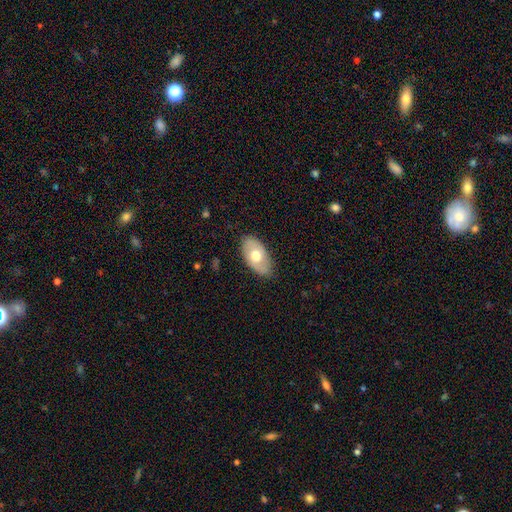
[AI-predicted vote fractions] Smooth or featured?
  - smooth: 60% *
  - featured or disk: 34%
  - star or artifact: 6%
How rounded?
  - in between: 93% *
  - round: 5%
  - cigar-shaped: 2%
Merging?
  - none: 81% *
  - minor disturbance: 15%
  - major disturbance: 3%
  - merger: 1%